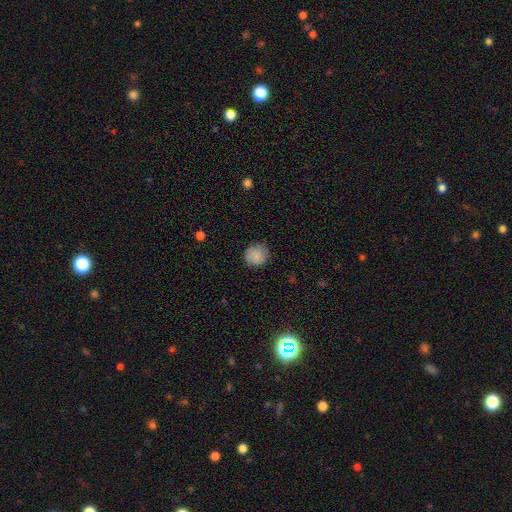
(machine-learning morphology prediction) smooth-or-featured: smooth: 86% | star or artifact: 8% | featured or disk: 7%
  how-rounded: round: 89% | in between: 10% | cigar-shaped: 1%
  merging: none: 82% | minor disturbance: 14% | major disturbance: 3% | merger: 1%